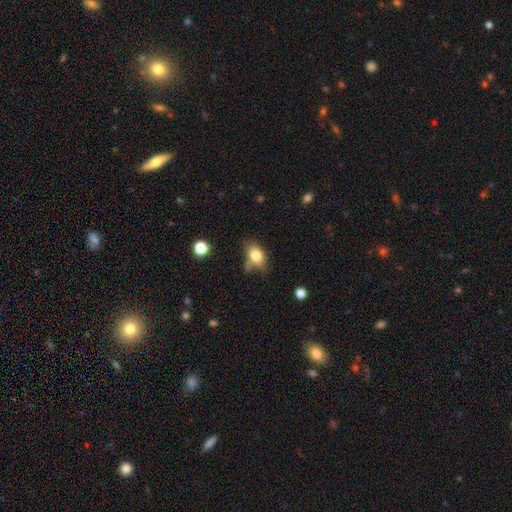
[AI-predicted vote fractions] This is likely a smooth galaxy (79%). How rounded: clearly in between (81%). Merging: possibly none (55%).